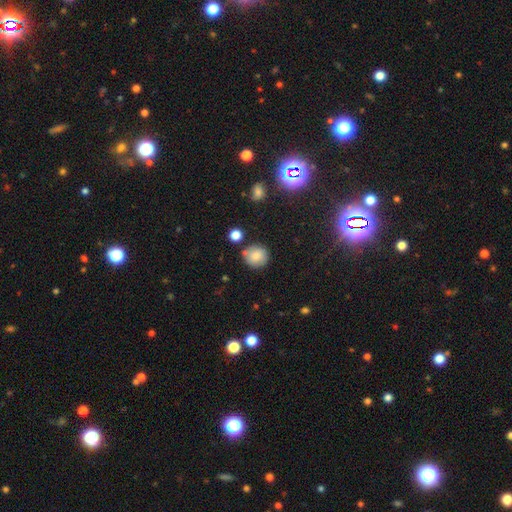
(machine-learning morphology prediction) Q: Smooth or featured?
A: smooth (81%); runner-up: star or artifact (10%)
Q: How rounded?
A: round (90%); runner-up: in between (9%)
Q: Merging?
A: none (76%); runner-up: minor disturbance (13%)